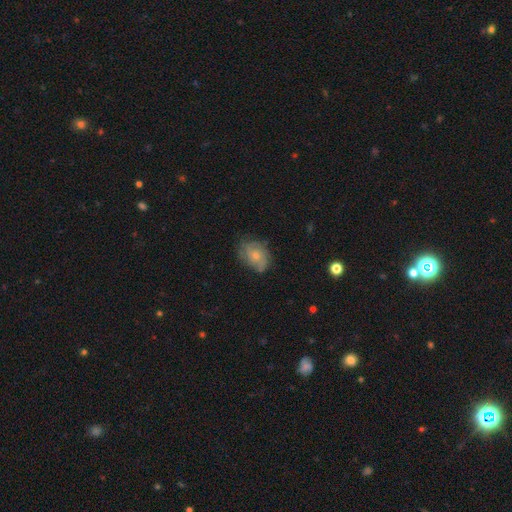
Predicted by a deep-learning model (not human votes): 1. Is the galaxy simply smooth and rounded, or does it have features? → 53% featured or disk, 39% smooth, 8% star or artifact.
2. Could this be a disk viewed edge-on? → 97% no, 3% yes.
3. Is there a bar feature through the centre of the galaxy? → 80% no, 18% weak, 2% strong.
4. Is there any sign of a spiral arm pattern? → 78% yes, 22% no.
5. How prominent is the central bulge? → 60% small, 31% moderate, 6% none, 2% large, 1% dominant.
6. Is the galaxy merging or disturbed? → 65% none, 25% minor disturbance, 9% major disturbance, 2% merger.